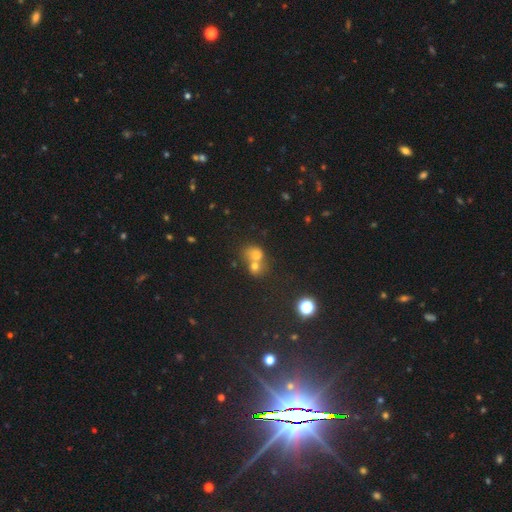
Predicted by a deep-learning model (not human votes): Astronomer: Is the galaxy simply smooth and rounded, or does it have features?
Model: smooth — 65%.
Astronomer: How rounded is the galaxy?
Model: round — 66%.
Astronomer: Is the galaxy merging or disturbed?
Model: merger — 63%.